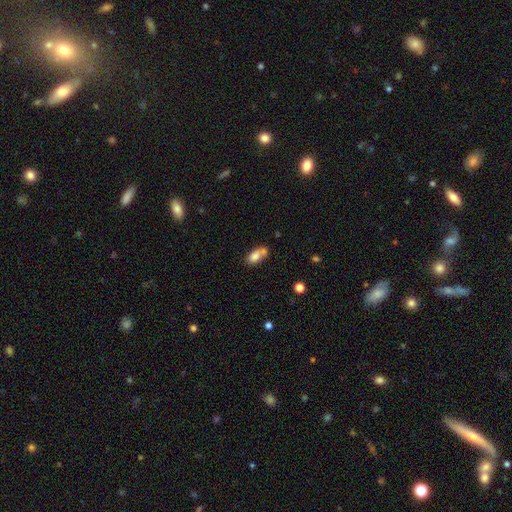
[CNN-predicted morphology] Smooth or featured? smooth (78%)
How rounded? in between (84%)
Merging? merger (42%)